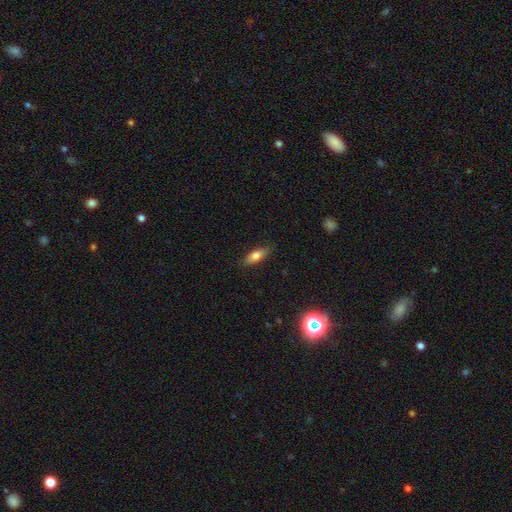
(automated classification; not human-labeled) Overall: smooth (76%). How rounded: in between (73%). Merging: none (85%).